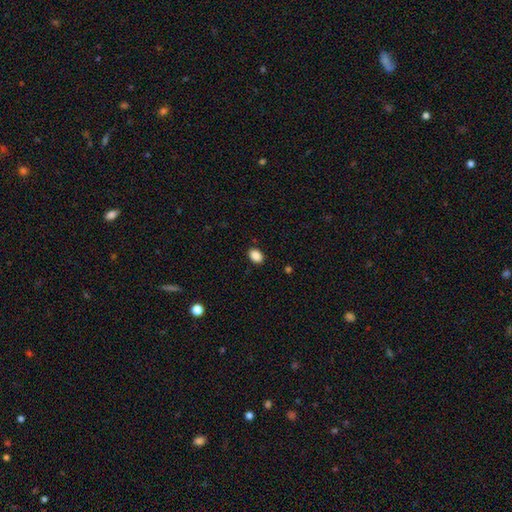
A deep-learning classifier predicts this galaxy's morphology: smooth-or-featured: smooth: 89% | star or artifact: 9% | featured or disk: 3%
  how-rounded: in between: 75% | round: 24% | cigar-shaped: 1%
  merging: none: 88% | minor disturbance: 9% | major disturbance: 2% | merger: 1%